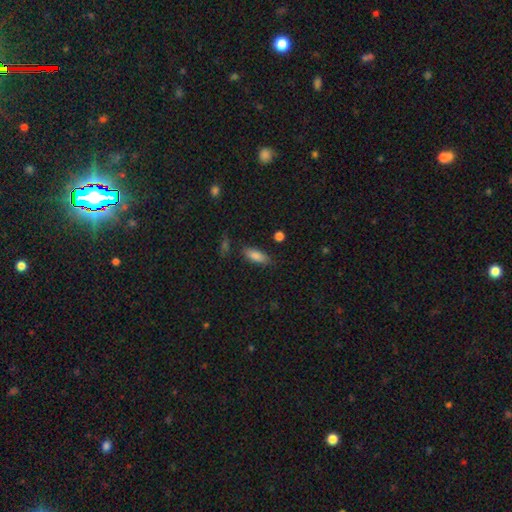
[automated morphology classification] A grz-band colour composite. It shows a smooth galaxy with no disk features (83%) that is in between round and cigar-shaped (71%). Merging: none (80%).